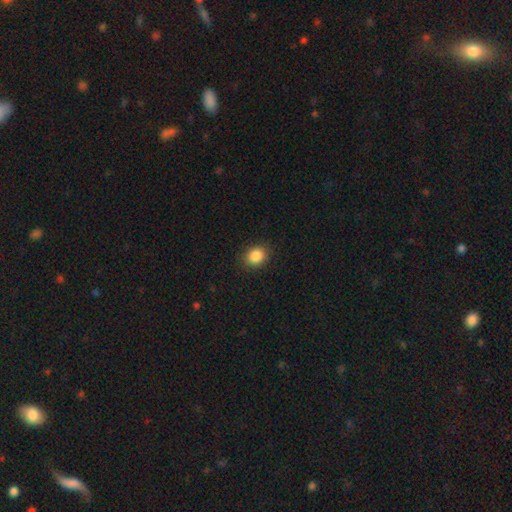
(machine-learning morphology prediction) Q: Smooth or featured?
A: smooth (87%); runner-up: star or artifact (9%)
Q: How rounded?
A: in between (50%); runner-up: round (49%)
Q: Merging?
A: none (88%); runner-up: minor disturbance (9%)